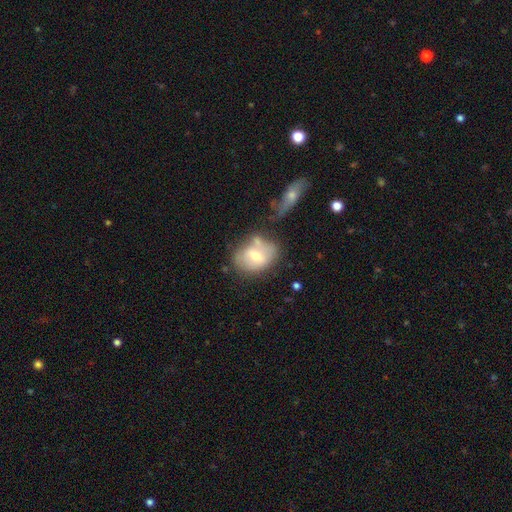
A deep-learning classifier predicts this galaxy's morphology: smooth-or-featured: smooth: 53% | featured or disk: 39% | star or artifact: 8%
  how-rounded: in between: 63% | round: 36% | cigar-shaped: 1%
  merging: none: 45% | minor disturbance: 23% | merger: 21% | major disturbance: 11%